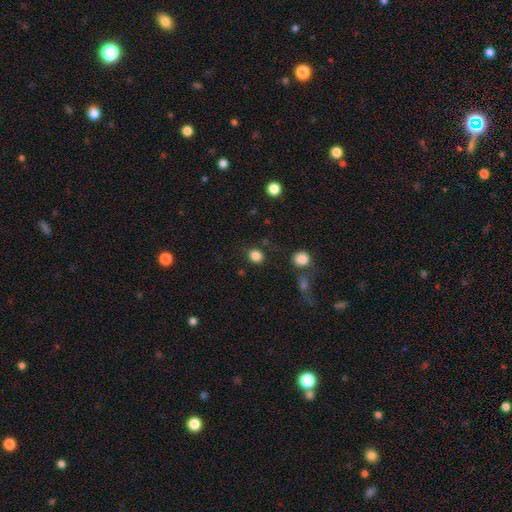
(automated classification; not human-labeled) The model was most divided on "how rounded": round: 67%, in between: 32%, cigar-shaped: 1%. More confident: smooth or featured — smooth (85%); merging — none (82%).